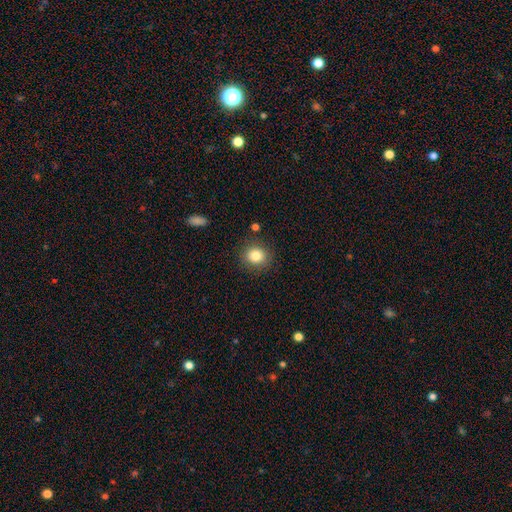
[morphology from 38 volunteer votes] A smooth galaxy with no disk features (87%) that is round (82%).

Vote fractions:
- Smooth or featured? smooth: 87% / featured or disk: 8% / star or artifact: 5%
- How rounded? round: 82% / in between: 18% / cigar-shaped: 0%
- Merging? none: 78% / minor disturbance: 19% / major disturbance: 3% / merger: 0%